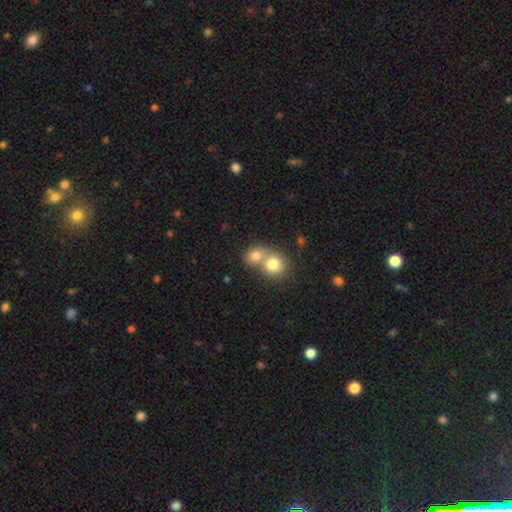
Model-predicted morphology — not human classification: type=smooth (77%); roundness=round (72%); merging=merger (64%).